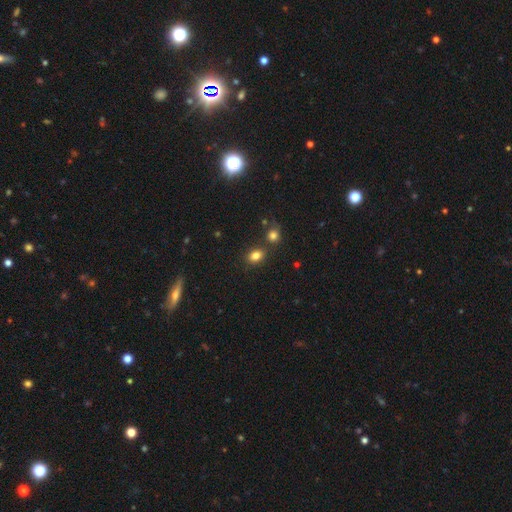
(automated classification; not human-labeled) Smooth or featured?
  - smooth: 81% *
  - star or artifact: 13%
  - featured or disk: 6%
How rounded?
  - in between: 63% *
  - round: 35%
  - cigar-shaped: 1%
Merging?
  - none: 73% *
  - merger: 13%
  - minor disturbance: 11%
  - major disturbance: 3%